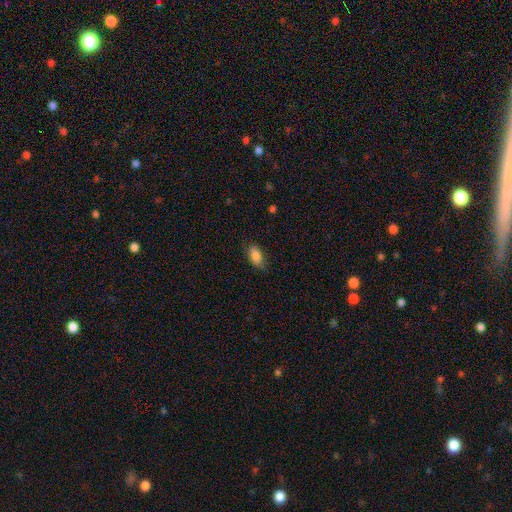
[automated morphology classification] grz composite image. It shows a smooth galaxy with no disk features (85%) that is in between round and cigar-shaped (88%). Merging: none (76%).